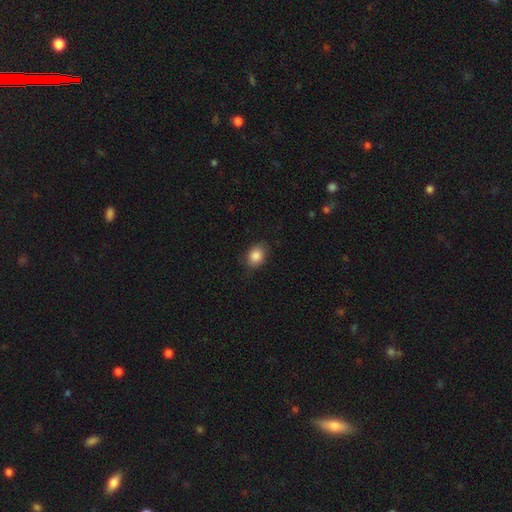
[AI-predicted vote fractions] This appears to be a smooth galaxy with no disk features (86%) that is in between round and cigar-shaped (68%). Merging: none (79%).